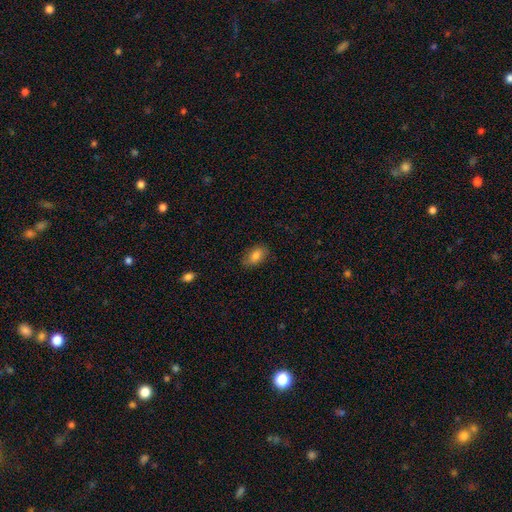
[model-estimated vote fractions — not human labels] This appears to be a smooth galaxy with no disk features (82%) that is in between round and cigar-shaped (91%). Merging: none (82%).